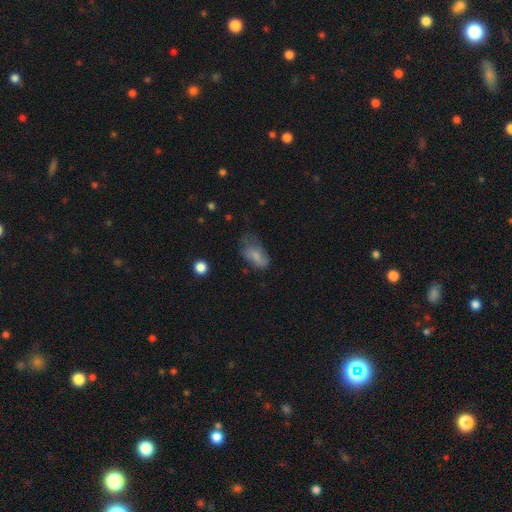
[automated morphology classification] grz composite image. It shows a smooth galaxy with no disk features (71%) that is in between round and cigar-shaped (90%). Merging: minor disturbance (35%).